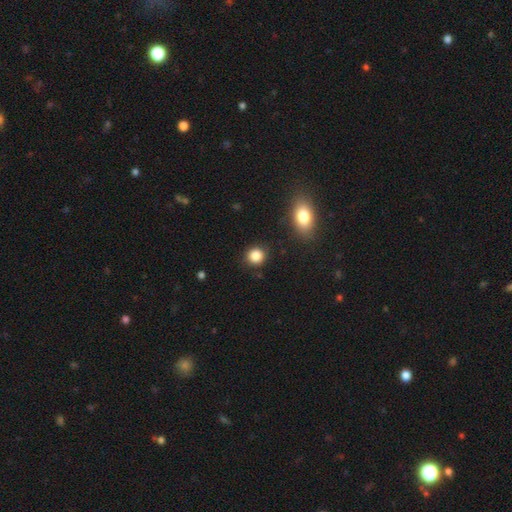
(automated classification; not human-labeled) This appears to be a smooth galaxy with no disk features (86%) that is round (87%). Merging: none (88%).